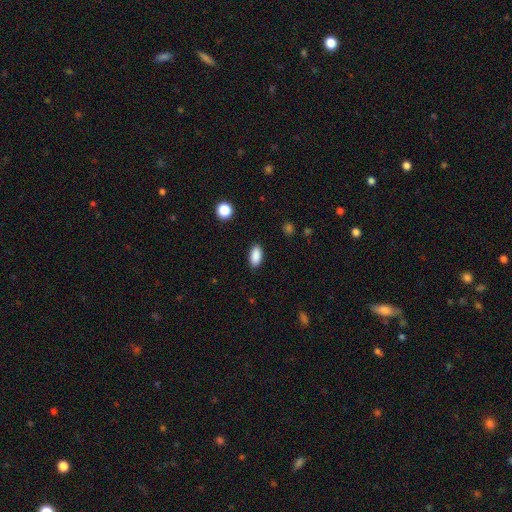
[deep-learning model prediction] smooth_or_featured: smooth (p=0.89) [alt: star or artifact p=0.08]
how_rounded: in between (p=0.92) [alt: cigar-shaped p=0.05]
merging: none (p=0.87) [alt: minor disturbance p=0.09]